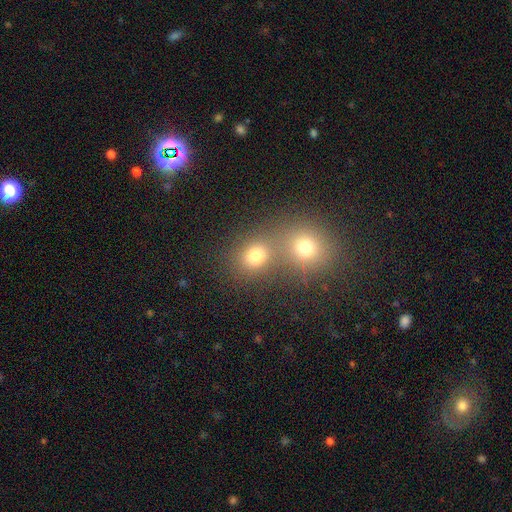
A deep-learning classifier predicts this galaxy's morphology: Q: Smooth or featured?
A: smooth (76%); runner-up: star or artifact (16%)
Q: How rounded?
A: round (73%); runner-up: in between (26%)
Q: Merging?
A: merger (46%); runner-up: none (45%)